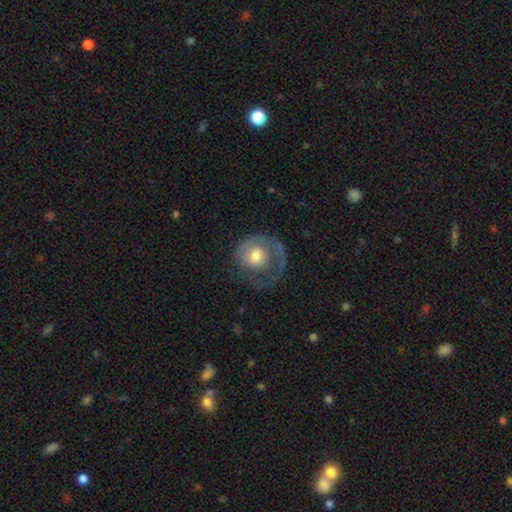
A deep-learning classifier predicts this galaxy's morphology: Smooth or featured?
  - featured or disk: 48% *
  - smooth: 45%
  - star or artifact: 7%
Merging?
  - major disturbance: 41% *
  - none: 37%
  - minor disturbance: 20%
  - merger: 2%